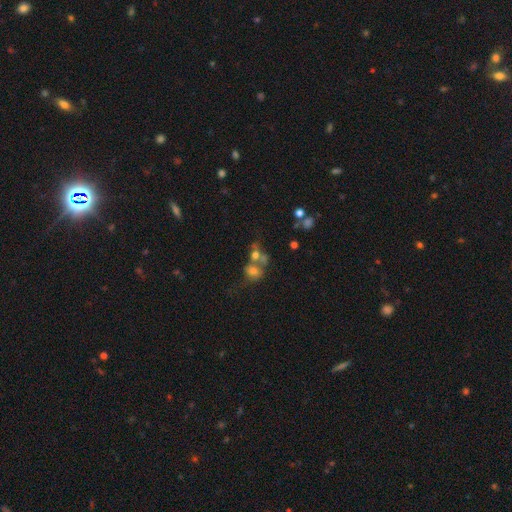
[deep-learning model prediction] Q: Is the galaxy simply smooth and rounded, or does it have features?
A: smooth — 56%.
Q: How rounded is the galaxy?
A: round — 64%.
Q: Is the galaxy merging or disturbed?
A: merger — 56%.